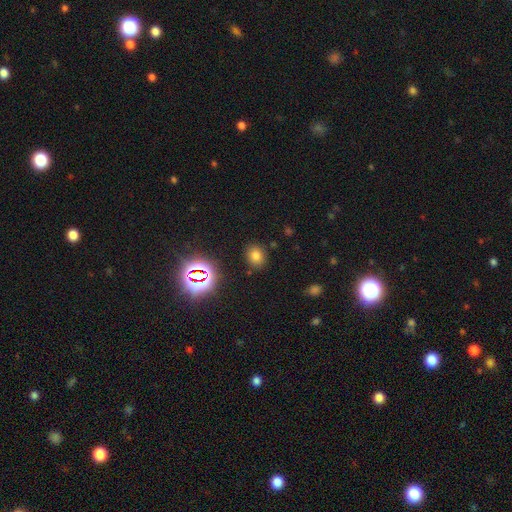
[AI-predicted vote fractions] A smooth galaxy with no disk features (72%) that is round (52%). Merging: none (85%).